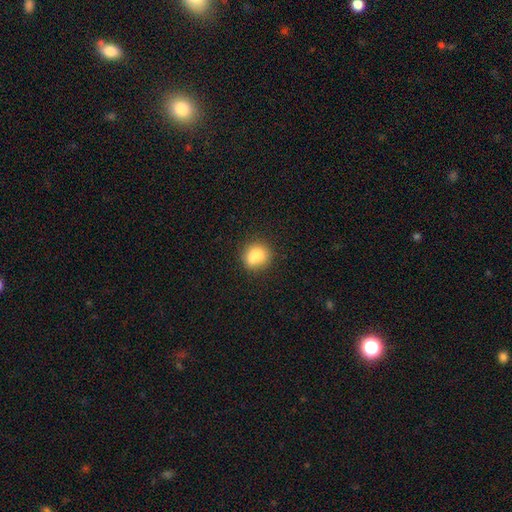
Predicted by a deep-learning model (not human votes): Smooth or featured: smooth — 78% (featured or disk — 12%)
How rounded: round — 72% (in between — 27%)
Merging: none — 50% (merger — 26%)